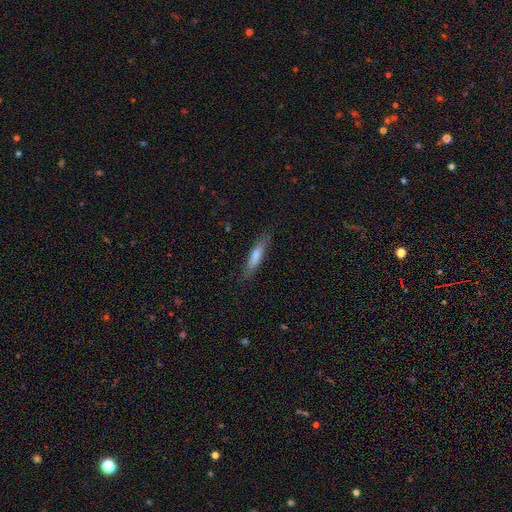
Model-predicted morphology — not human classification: This is likely a smooth galaxy (74%). How rounded: likely cigar-shaped (79%). Merging: clearly none (82%).